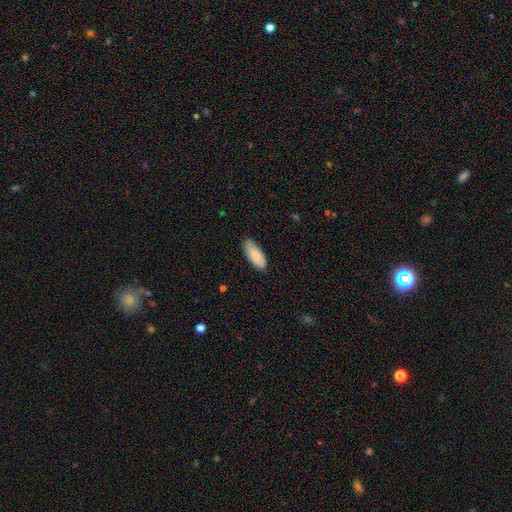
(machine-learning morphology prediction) A smooth galaxy with no disk features (81%) that is in between round and cigar-shaped (82%).

Vote fractions:
- Smooth or featured? smooth: 81% / featured or disk: 13% / star or artifact: 6%
- How rounded? in between: 82% / cigar-shaped: 16% / round: 2%
- Merging? none: 82% / minor disturbance: 14% / major disturbance: 2% / merger: 1%